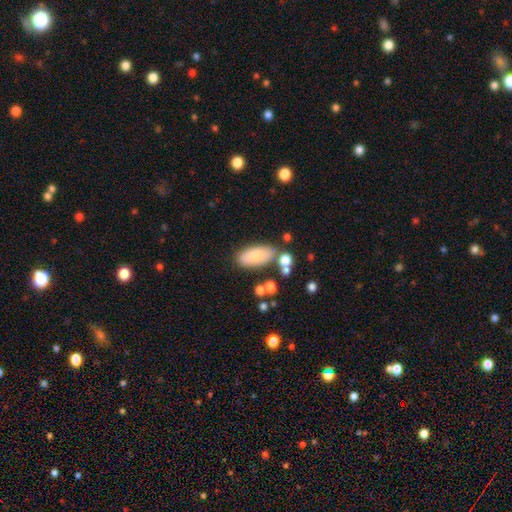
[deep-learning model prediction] Morphology: type=smooth (80%); roundness=in between (90%); merging=none (72%).